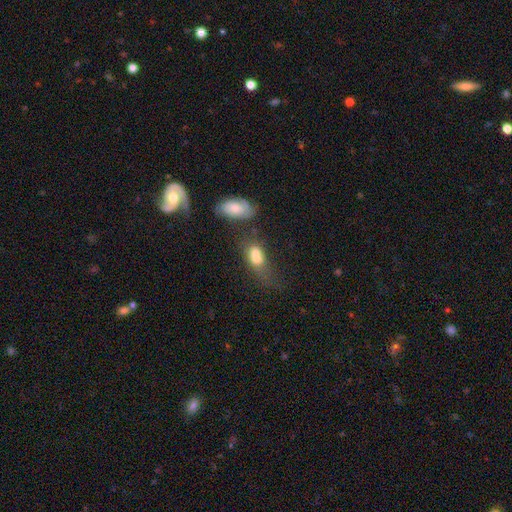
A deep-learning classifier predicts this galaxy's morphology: smooth 67%, featured or disk 22%, star or artifact 11%. Down the decision tree: how rounded — in between (75%); merging — merger (46%).